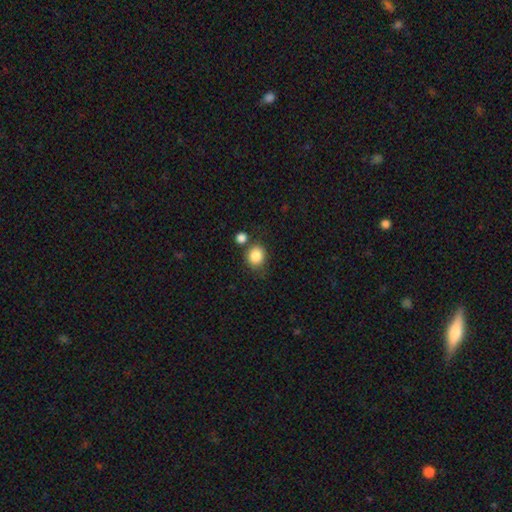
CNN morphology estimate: smooth-or-featured: smooth: 86% | star or artifact: 9% | featured or disk: 5%
  how-rounded: round: 75% | in between: 24% | cigar-shaped: 1%
  merging: none: 69% | merger: 14% | minor disturbance: 13% | major disturbance: 4%